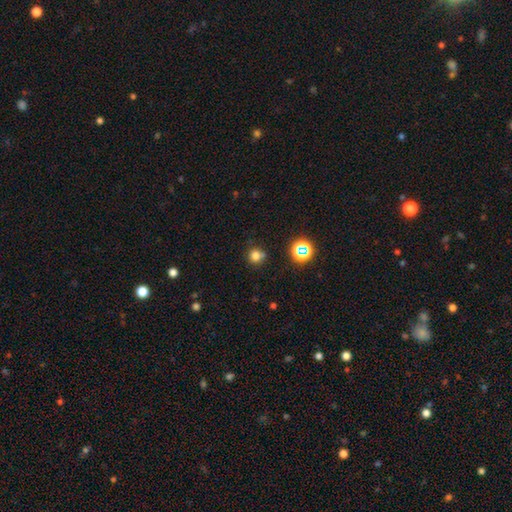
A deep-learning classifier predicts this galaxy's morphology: A smooth galaxy with no disk features (74%) that is round (92%). Merging: none (73%).